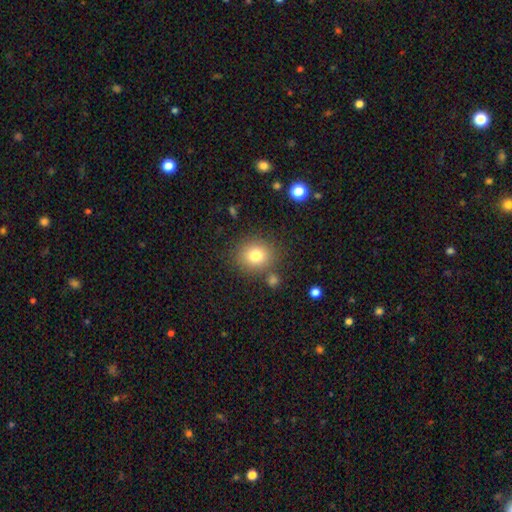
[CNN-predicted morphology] Smooth or featured? smooth (79%)
How rounded? round (79%)
Merging? none (81%)